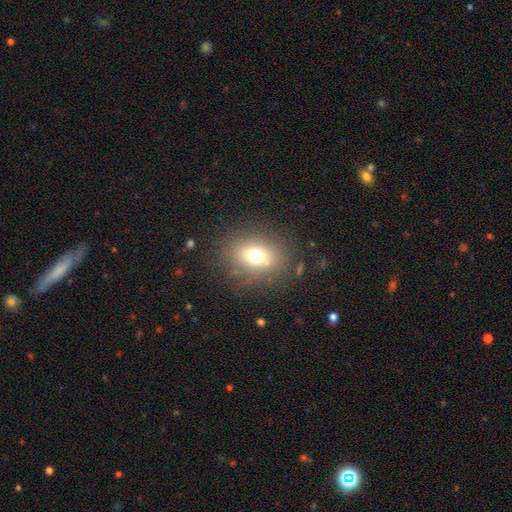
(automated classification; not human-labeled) smooth-or-featured: smooth: 67% | star or artifact: 17% | featured or disk: 16%
  how-rounded: round: 56% | in between: 42% | cigar-shaped: 1%
  merging: none: 79% | minor disturbance: 12% | major disturbance: 6% | merger: 3%